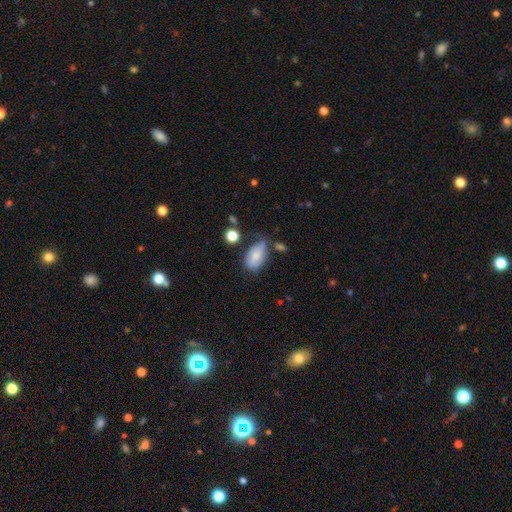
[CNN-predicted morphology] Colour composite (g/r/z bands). It shows a smooth galaxy with no disk features (75%) that is in between round and cigar-shaped (91%). Merging: none (42%).